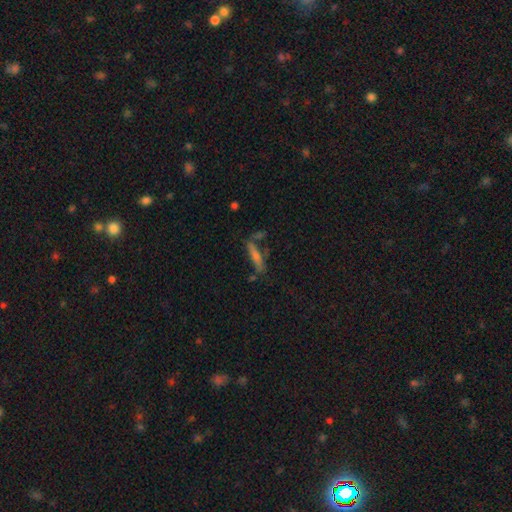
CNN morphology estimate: Q: Smooth or featured?
A: smooth (49%); runner-up: featured or disk (40%)
Q: Merging?
A: none (68%); runner-up: minor disturbance (16%)